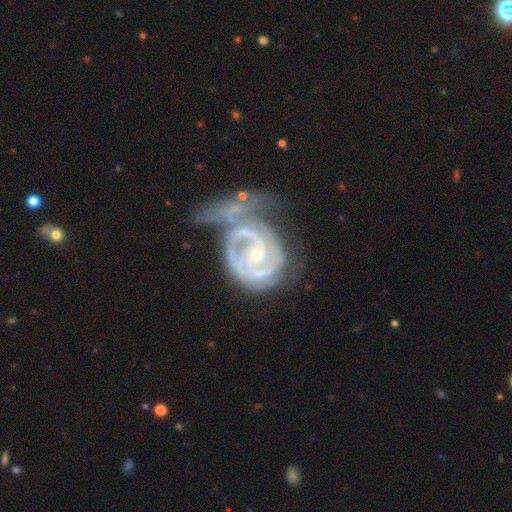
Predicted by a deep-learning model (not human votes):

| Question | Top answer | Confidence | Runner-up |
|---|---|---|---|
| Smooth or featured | featured or disk | 88% | smooth (6%) |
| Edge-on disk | no | 98% | yes (2%) |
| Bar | no | 58% | weak (30%) |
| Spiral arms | yes | 93% | no (7%) |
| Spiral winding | tight | 59% | medium (31%) |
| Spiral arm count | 2 | 48% | can't tell (20%) |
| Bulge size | small | 72% | moderate (24%) |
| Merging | major disturbance | 44% | merger (20%) |